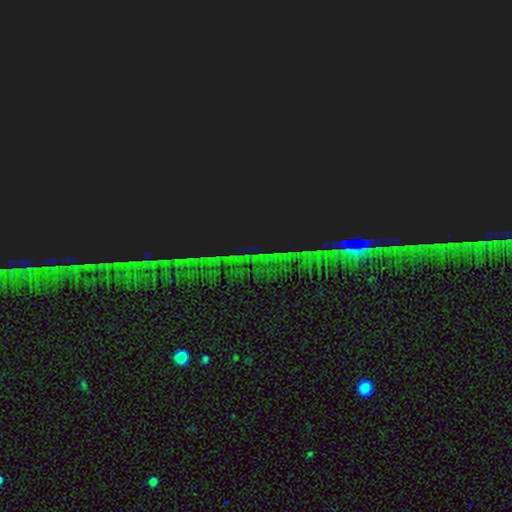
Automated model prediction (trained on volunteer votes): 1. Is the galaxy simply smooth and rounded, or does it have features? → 85% star or artifact, 8% featured or disk, 7% smooth.